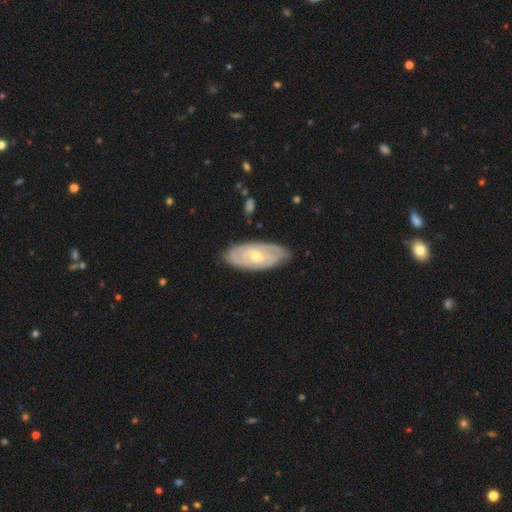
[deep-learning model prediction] Morphology: type=featured or disk (73%); edge-on=no (89%); bar=no (71%); spiral arms=yes (80%); winding=tight (72%); arm count=can't tell (48%); bulge=moderate (52%); merging=none (83%).